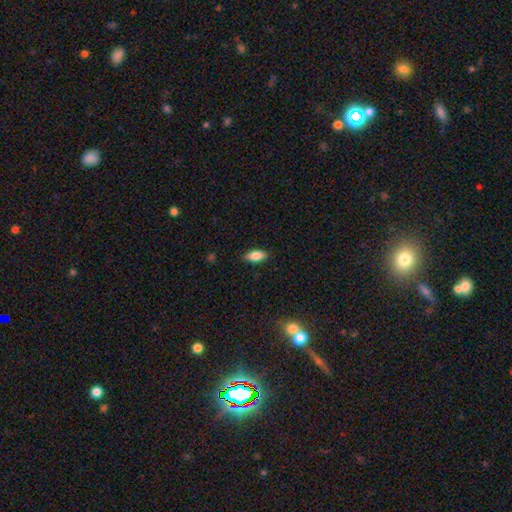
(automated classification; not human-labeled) A smooth galaxy with no disk features (82%) that is in between round and cigar-shaped (84%). Merging: none (87%).